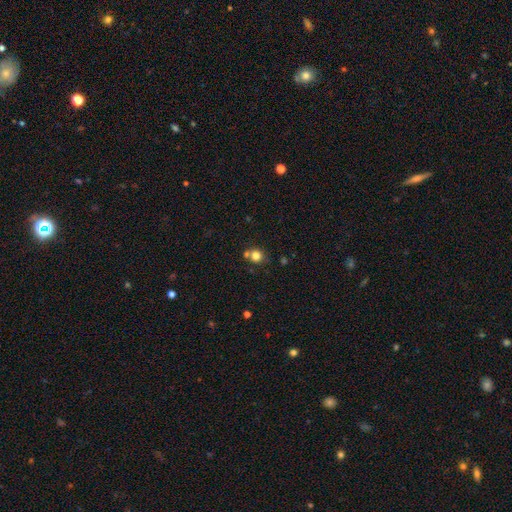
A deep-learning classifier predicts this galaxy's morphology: Smooth or featured? Predicted: smooth (p=0.80). How rounded? Predicted: round (p=0.85). Merging? Predicted: none (p=0.65).